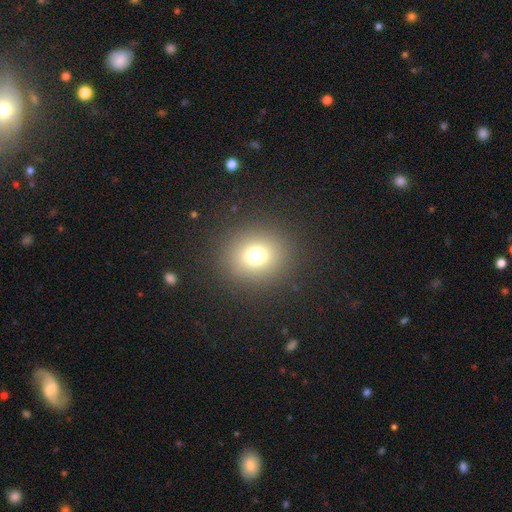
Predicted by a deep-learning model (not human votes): Smooth or featured?
  - smooth: 72% *
  - star or artifact: 18%
  - featured or disk: 9%
How rounded?
  - round: 82% *
  - in between: 17%
  - cigar-shaped: 1%
Merging?
  - none: 89% *
  - minor disturbance: 6%
  - major disturbance: 4%
  - merger: 1%